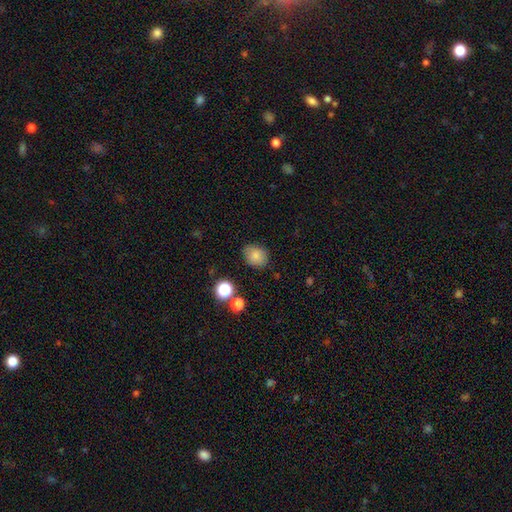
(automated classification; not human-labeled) smooth-or-featured: smooth: 82% | star or artifact: 11% | featured or disk: 7%
  how-rounded: round: 53% | in between: 46% | cigar-shaped: 1%
  merging: none: 81% | minor disturbance: 14% | major disturbance: 3% | merger: 2%